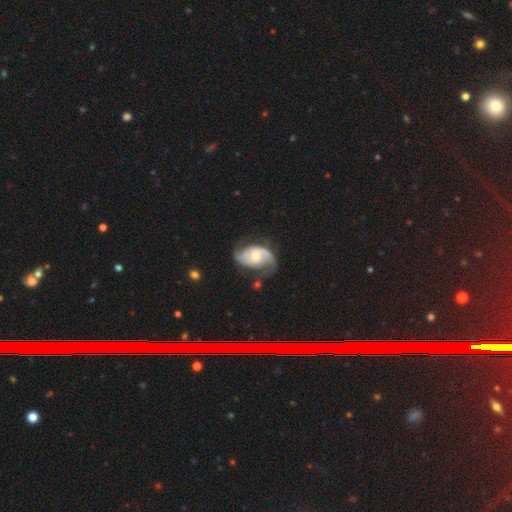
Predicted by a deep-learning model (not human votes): featured or disk 87%, smooth 8%, star or artifact 4%. Down the decision tree: edge-on disk — no (97%); bar — no (52%); spiral arms — yes (97%); spiral arm count — 2 (88%); spiral winding — medium (51%); bulge size — moderate (58%); merging — none (66%).